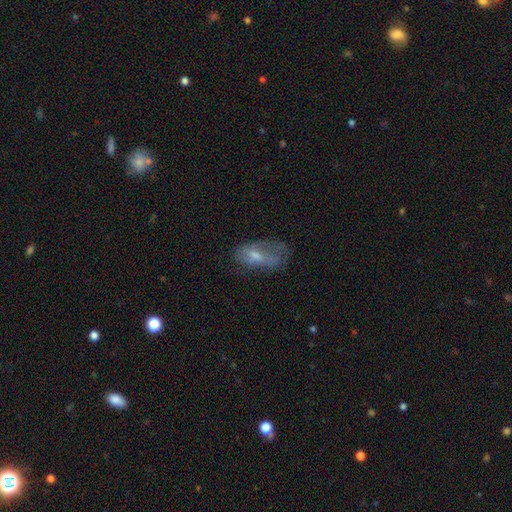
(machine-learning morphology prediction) This is possibly a smooth galaxy (46%). Merging: marginally none (37%).